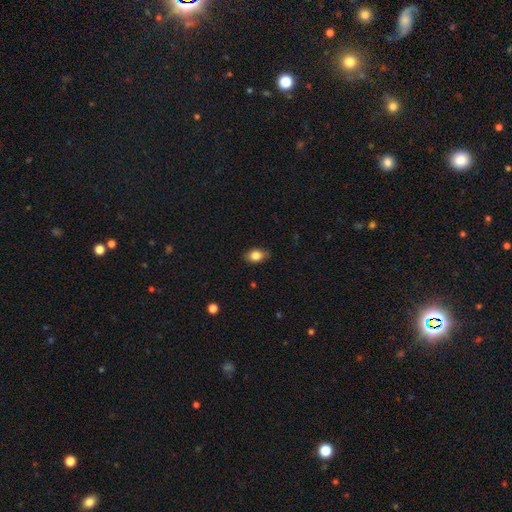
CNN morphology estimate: The model was most divided on "how rounded": in between: 81%, round: 17%, cigar-shaped: 2%. More confident: merging — none (83%); smooth or featured — smooth (83%).